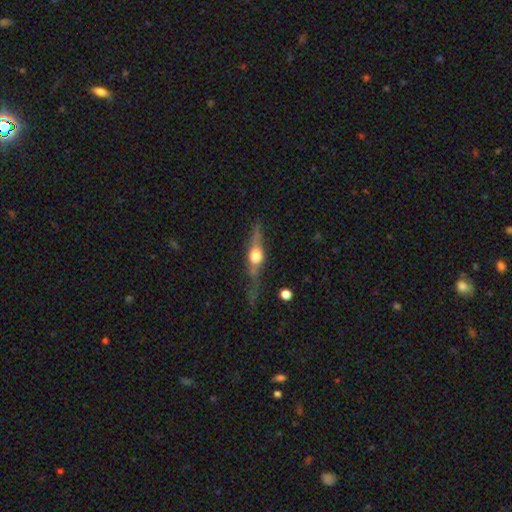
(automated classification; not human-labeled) featured or disk 63%, smooth 30%, star or artifact 7%. Down the decision tree: edge-on disk — yes (90%); edge-on bulge — rounded (93%); merging — none (62%).